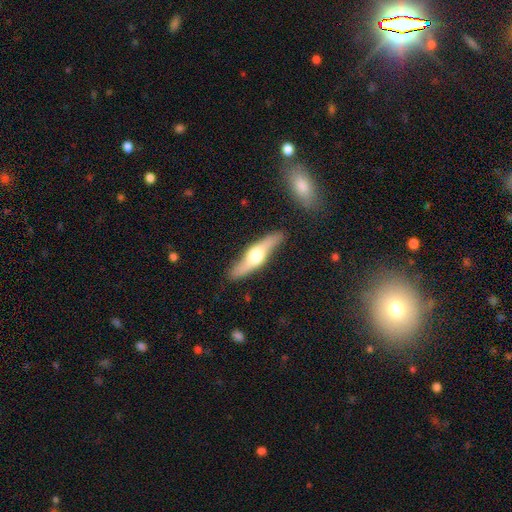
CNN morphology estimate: Smooth or featured? Predicted: featured or disk (p=0.60). Edge-on disk? Predicted: yes (p=0.83). Merging? Predicted: none (p=0.83).